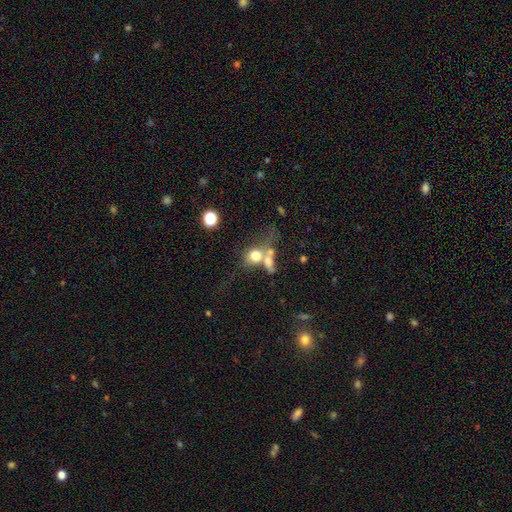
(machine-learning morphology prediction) Smooth or featured?
  - smooth: 68% *
  - featured or disk: 20%
  - star or artifact: 12%
How rounded?
  - round: 59% *
  - in between: 38%
  - cigar-shaped: 4%
Merging?
  - merger: 55% *
  - none: 22%
  - major disturbance: 14%
  - minor disturbance: 9%